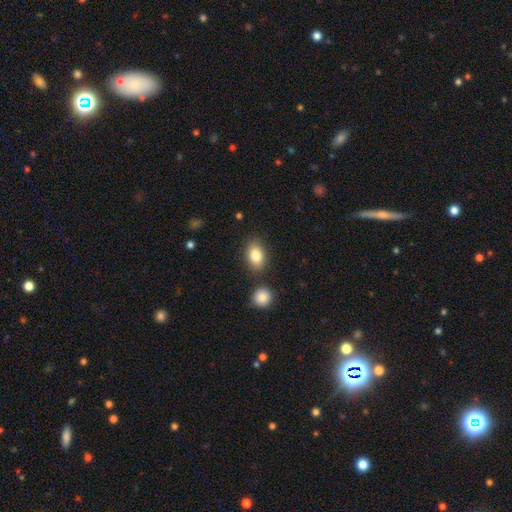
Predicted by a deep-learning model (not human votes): The model was most divided on "merging": none: 78%, minor disturbance: 11%, merger: 8%, major disturbance: 3%. More confident: how rounded — in between (85%); smooth or featured — smooth (83%).